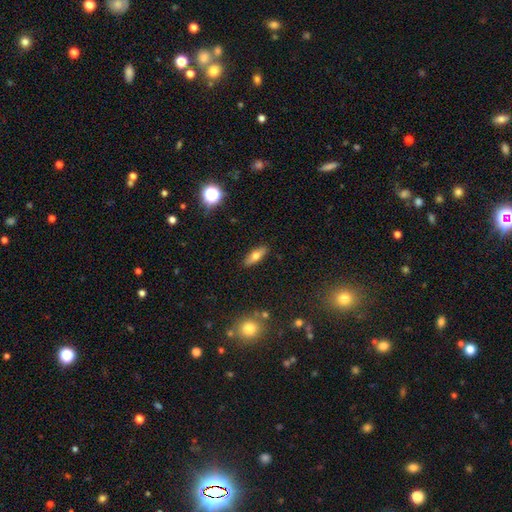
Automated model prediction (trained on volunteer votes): The model was most divided on "how rounded": in between: 57%, cigar-shaped: 40%, round: 3%. More confident: merging — none (88%); smooth or featured — smooth (63%).